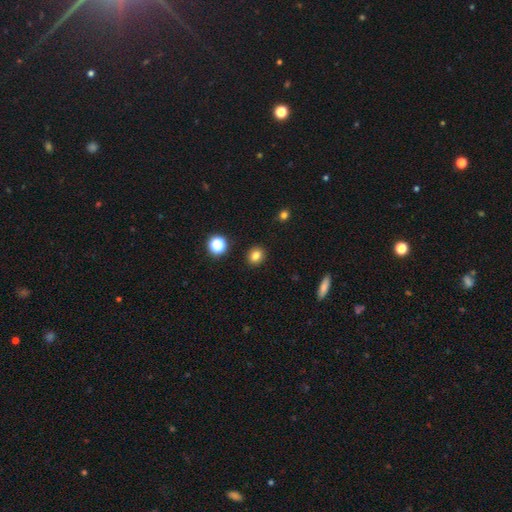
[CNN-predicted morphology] type=smooth (80%); roundness=round (70%); merging=none (90%).